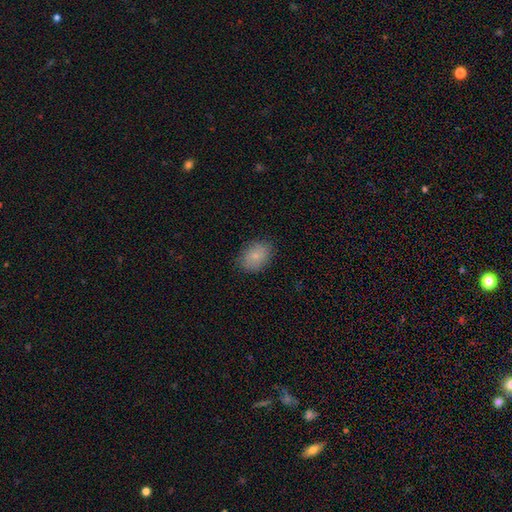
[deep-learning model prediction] Morphology: type=smooth (80%); roundness=in between (76%); merging=none (84%).